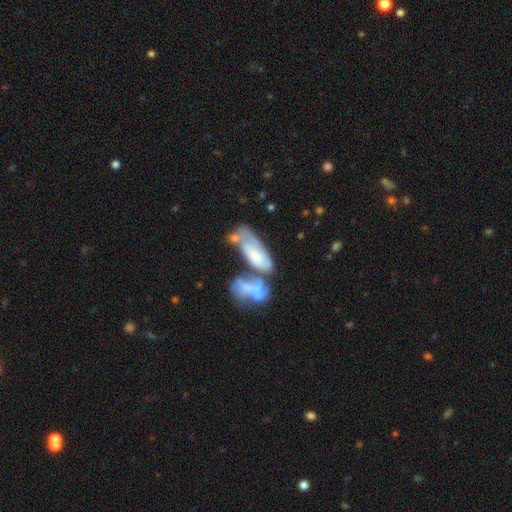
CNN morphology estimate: smooth 46% (tied), featured or disk 46% (tied), star or artifact 8%. Down the decision tree: merging — merger (53%).